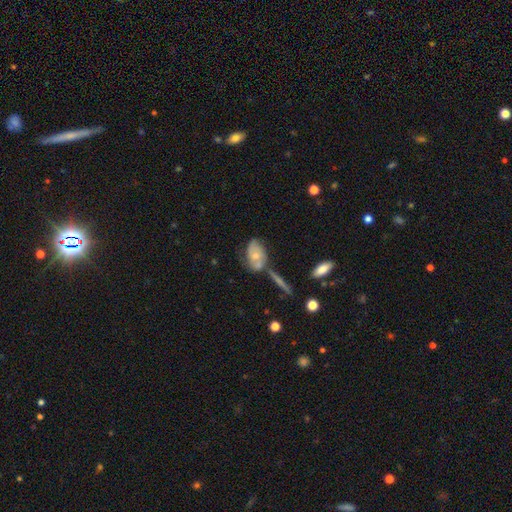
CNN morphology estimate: Overall: smooth (48%; featured or disk 45%). Merging: none (41%; merger 29%).